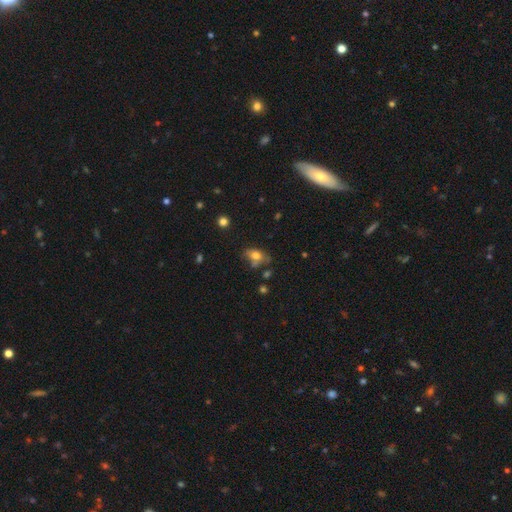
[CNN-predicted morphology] type=smooth (66%); roundness=in between (80%); merging=none (49%).